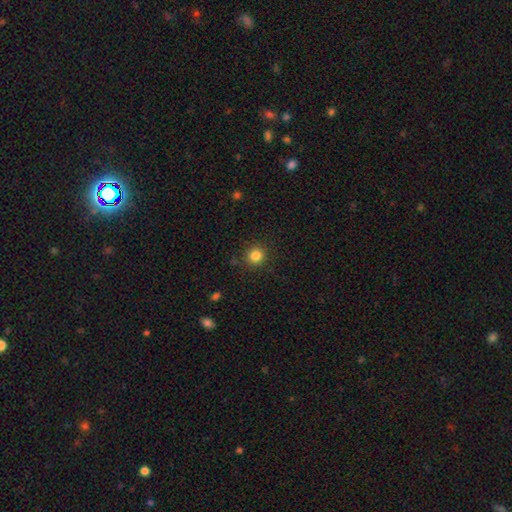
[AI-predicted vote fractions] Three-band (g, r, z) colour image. It shows a smooth galaxy with no disk features (83%) that is round (92%). Merging: none (88%).